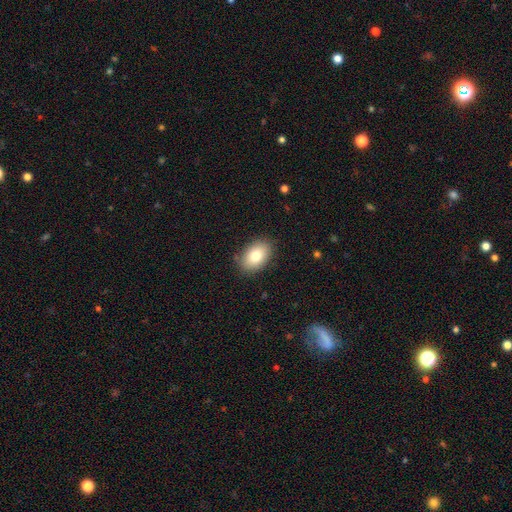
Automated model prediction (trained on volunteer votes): The model was most divided on "smooth or featured": smooth: 80%, featured or disk: 12%, star or artifact: 8%. More confident: how rounded — in between (87%); merging — none (85%).